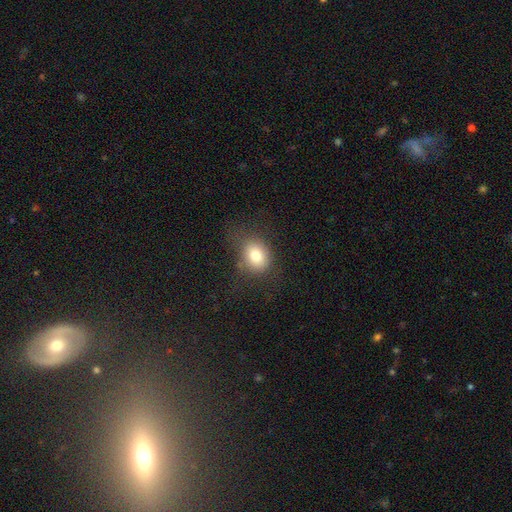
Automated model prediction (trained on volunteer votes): A smooth galaxy with no disk features (79%) that is in between round and cigar-shaped (51%). Merging: none (70%).